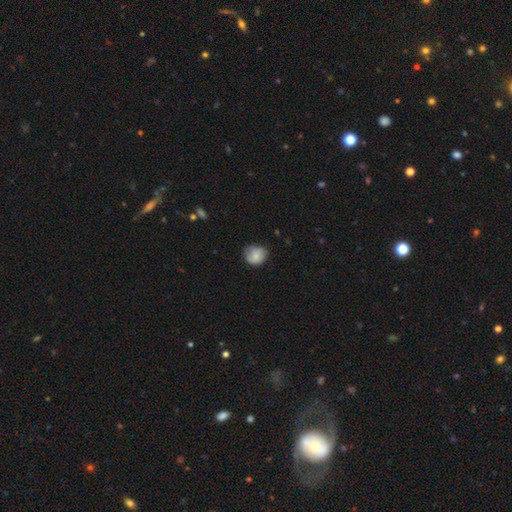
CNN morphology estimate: smooth-or-featured: smooth: 72% | featured or disk: 21% | star or artifact: 8%
  how-rounded: round: 75% | in between: 24% | cigar-shaped: 1%
  merging: none: 64% | minor disturbance: 28% | major disturbance: 7% | merger: 1%